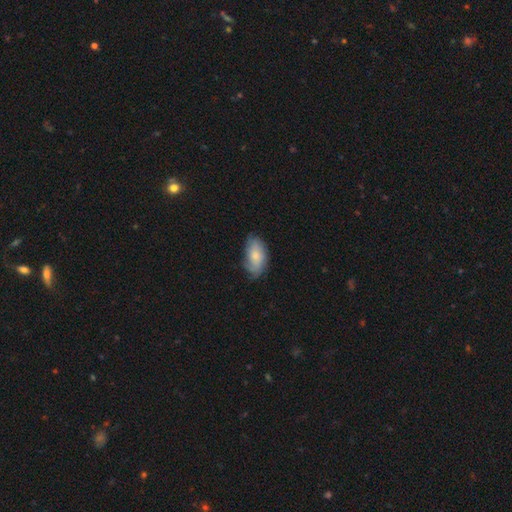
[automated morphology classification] This appears to be a smooth galaxy with no disk features (66%) that is in between round and cigar-shaped (93%). Merging: none (63%).